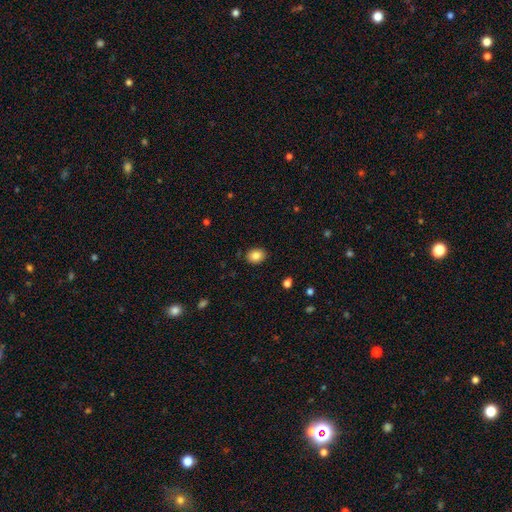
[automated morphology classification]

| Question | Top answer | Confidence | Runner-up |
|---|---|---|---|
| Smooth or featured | smooth | 86% | star or artifact (9%) |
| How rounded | in between | 59% | round (40%) |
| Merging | none | 88% | minor disturbance (9%) |